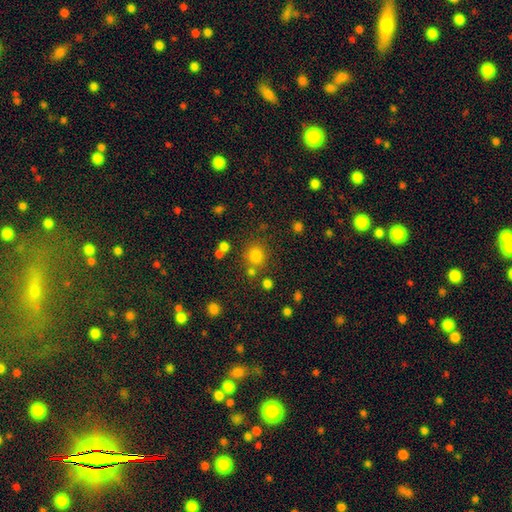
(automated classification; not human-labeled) This is likely a smooth galaxy (77%). How rounded: clearly round (87%). Merging: likely none (75%).